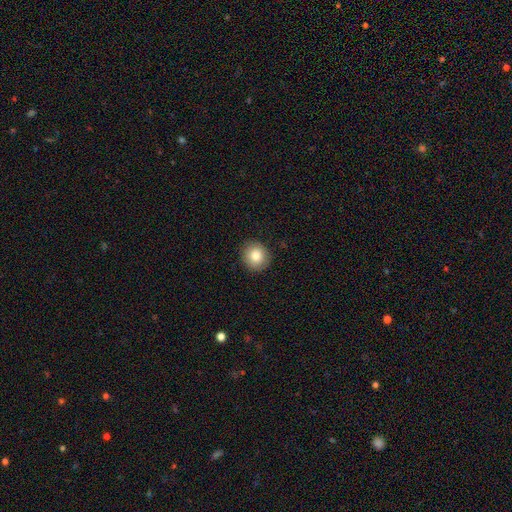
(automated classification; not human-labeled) A smooth galaxy with no disk features (83%) that is round (88%). Merging: none (89%).